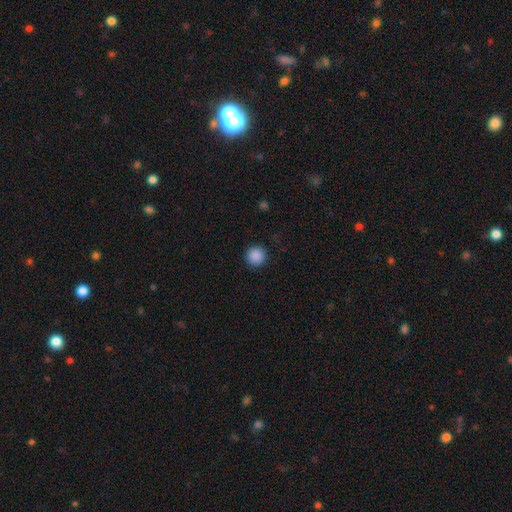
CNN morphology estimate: This appears to be a smooth galaxy with no disk features (88%) that is round (95%). Merging: none (92%).